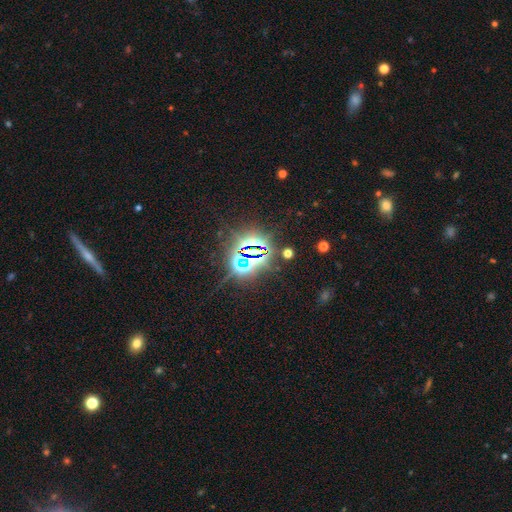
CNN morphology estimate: Smooth or featured: star or artifact — 83% (smooth — 9%)